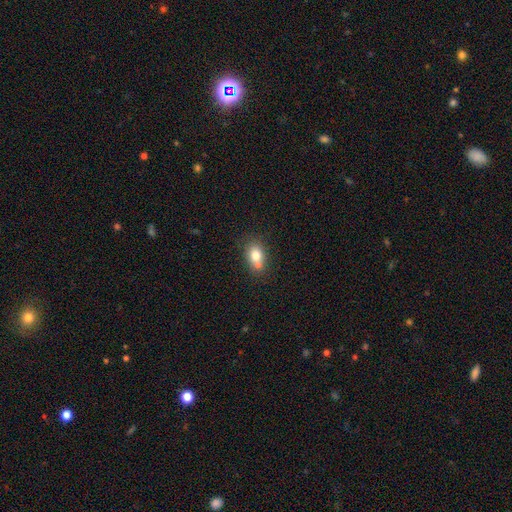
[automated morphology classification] type=smooth (75%); roundness=in between (61%); merging=none (47%).